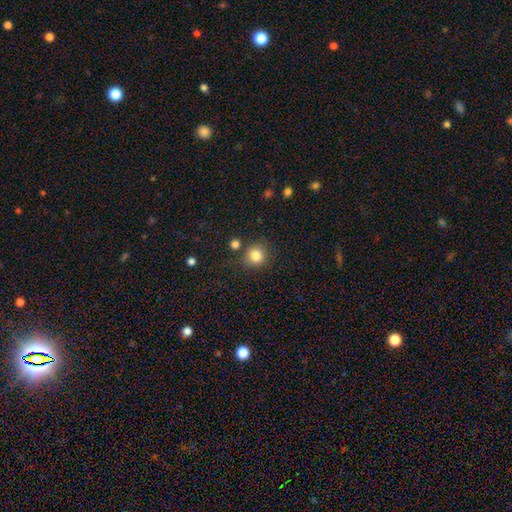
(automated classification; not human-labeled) Smooth or featured: smooth — 83% (star or artifact — 12%)
How rounded: round — 90% (in between — 9%)
Merging: none — 80% (minor disturbance — 10%)